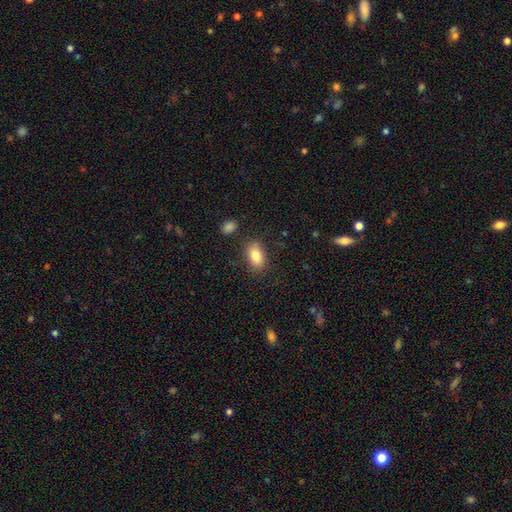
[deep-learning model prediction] A smooth galaxy with no disk features (84%) that is in between round and cigar-shaped (88%).

Vote fractions:
- Smooth or featured? smooth: 84% / featured or disk: 8% / star or artifact: 8%
- How rounded? in between: 88% / round: 10% / cigar-shaped: 2%
- Merging? none: 82% / minor disturbance: 12% / major disturbance: 3% / merger: 2%